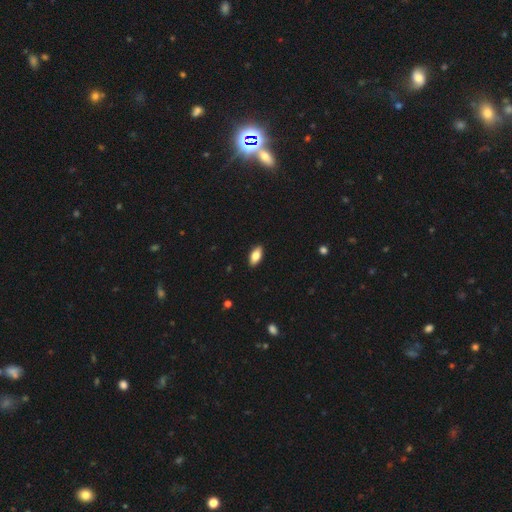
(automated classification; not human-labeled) A smooth galaxy with no disk features (79%) that is in between round and cigar-shaped (89%).

Vote fractions:
- Smooth or featured? smooth: 79% / featured or disk: 14% / star or artifact: 7%
- How rounded? in between: 89% / cigar-shaped: 8% / round: 3%
- Merging? none: 90% / minor disturbance: 8% / major disturbance: 2% / merger: 1%